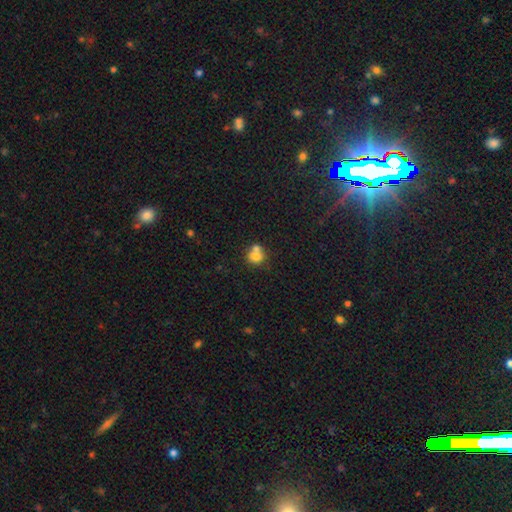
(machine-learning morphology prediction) The model was most divided on "merging": merger: 52%, none: 35%, minor disturbance: 9%, major disturbance: 4%. More confident: smooth or featured — smooth (72%); how rounded — round (69%).